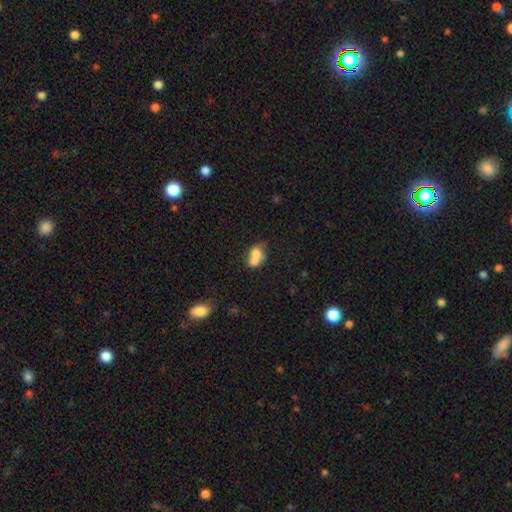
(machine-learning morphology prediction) type=smooth (65%); roundness=in between (61%); merging=merger (59%).